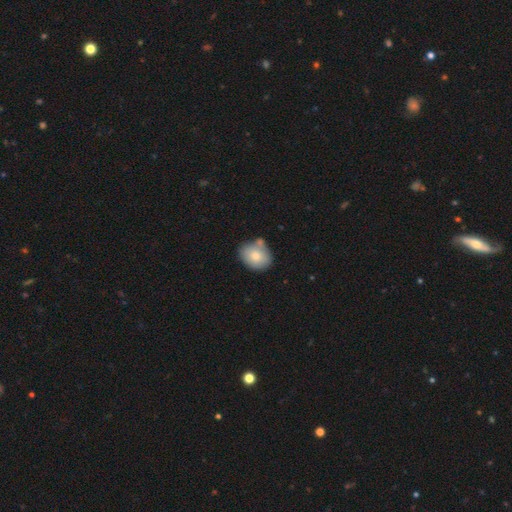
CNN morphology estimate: type=smooth (77%); roundness=in between (53%); merging=none (61%).